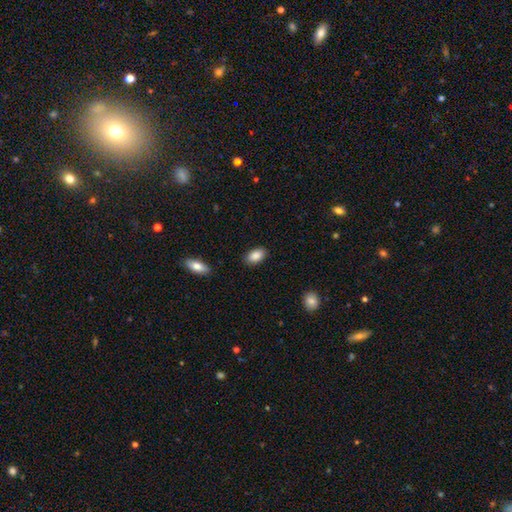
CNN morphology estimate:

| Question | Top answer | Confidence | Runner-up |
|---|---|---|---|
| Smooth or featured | smooth | 88% | star or artifact (7%) |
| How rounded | in between | 91% | round (7%) |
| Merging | none | 87% | minor disturbance (9%) |